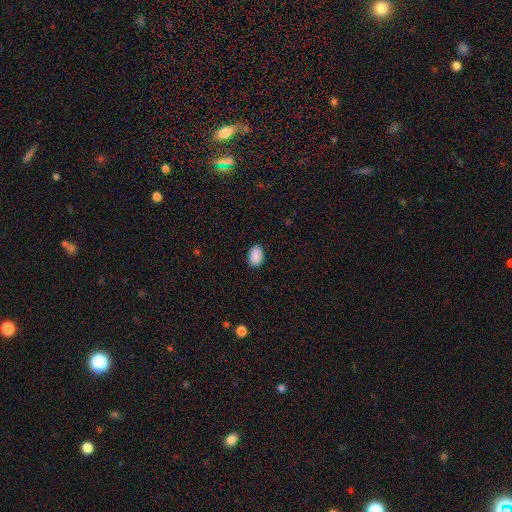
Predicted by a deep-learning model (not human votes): Smooth or featured? smooth (90%)
How rounded? in between (87%)
Merging? none (88%)